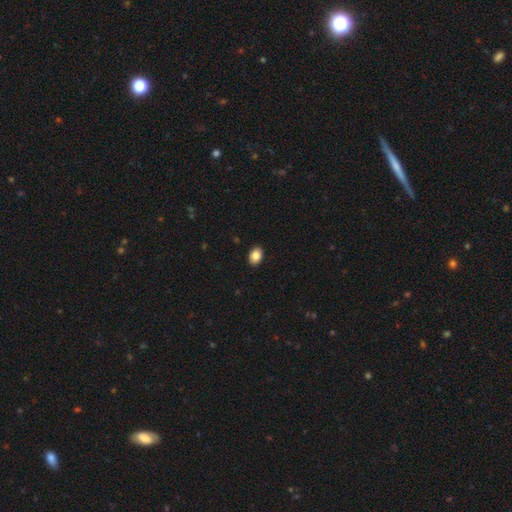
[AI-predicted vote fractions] Q: Smooth or featured?
A: smooth (85%); runner-up: star or artifact (8%)
Q: How rounded?
A: in between (78%); runner-up: round (21%)
Q: Merging?
A: none (91%); runner-up: minor disturbance (7%)